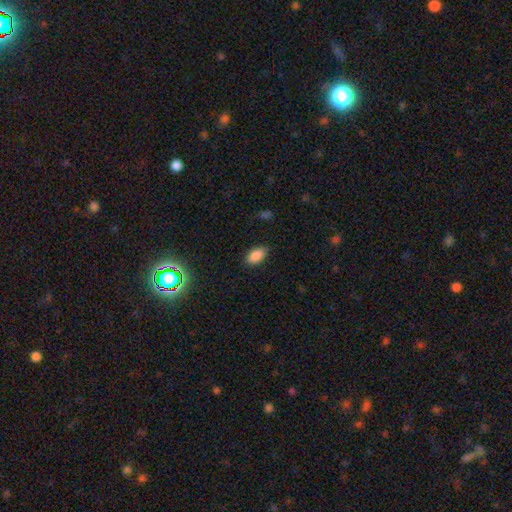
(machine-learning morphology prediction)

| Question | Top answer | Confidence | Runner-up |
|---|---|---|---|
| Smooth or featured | smooth | 87% | star or artifact (9%) |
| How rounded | in between | 92% | round (4%) |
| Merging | none | 84% | minor disturbance (12%) |